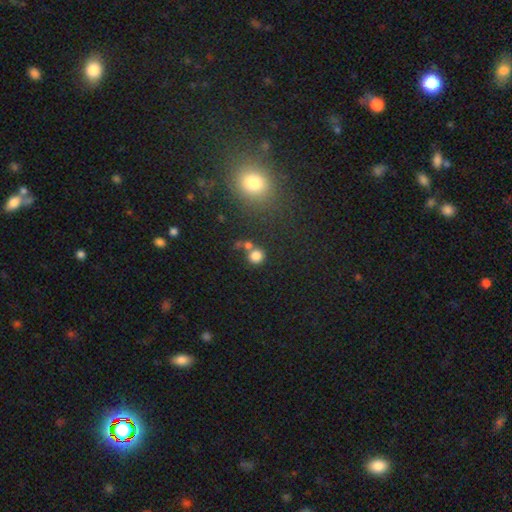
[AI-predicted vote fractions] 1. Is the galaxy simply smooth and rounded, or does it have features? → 81% smooth, 13% star or artifact, 6% featured or disk.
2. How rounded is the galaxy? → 89% round, 10% in between, 1% cigar-shaped.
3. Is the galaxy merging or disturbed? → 62% none, 23% merger, 10% minor disturbance, 5% major disturbance.